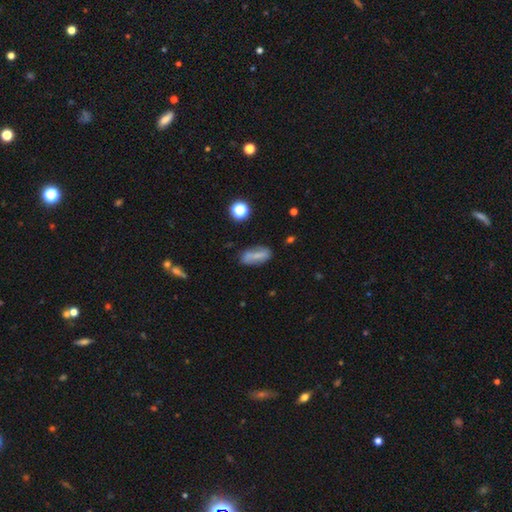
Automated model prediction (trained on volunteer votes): Smooth or featured? smooth (63%)
How rounded? in between (69%)
Merging? none (68%)